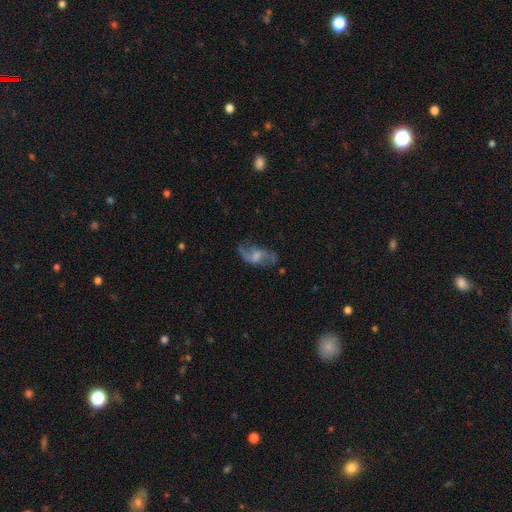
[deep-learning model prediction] Morphology: type=featured or disk (67%); edge-on=no (95%); bar=weak (48%); spiral arms=yes (79%); winding=loose (68%); arm count=2 (81%); bulge=moderate (31%); merging=none (52%).